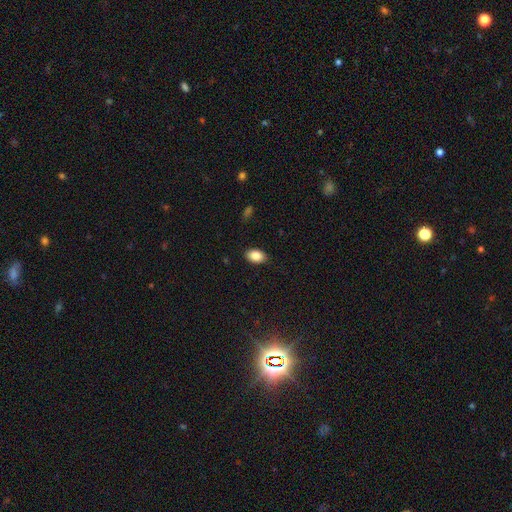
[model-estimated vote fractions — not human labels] This is clearly a smooth galaxy (87%). How rounded: clearly in between (89%). Merging: clearly none (87%).